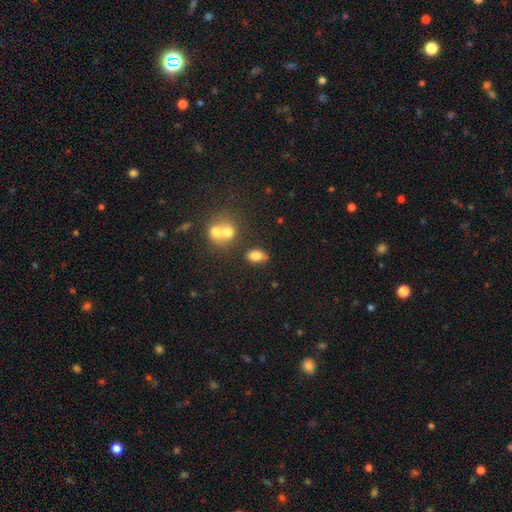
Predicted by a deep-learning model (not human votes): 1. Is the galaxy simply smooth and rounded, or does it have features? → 82% smooth, 10% star or artifact, 8% featured or disk.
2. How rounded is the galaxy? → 85% in between, 14% round, 2% cigar-shaped.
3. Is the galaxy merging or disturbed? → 64% none, 16% minor disturbance, 15% merger, 5% major disturbance.